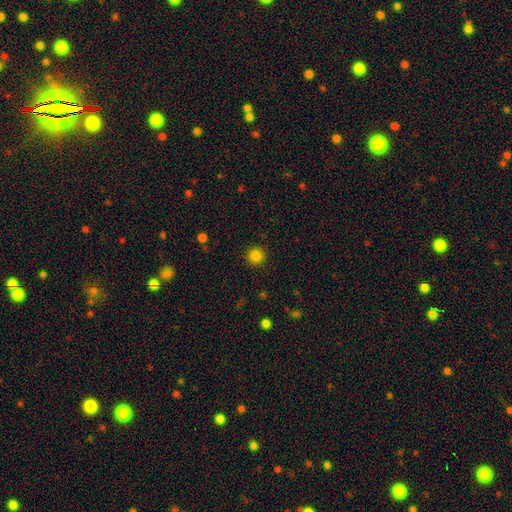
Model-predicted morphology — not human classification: This appears to be a smooth galaxy with no disk features (85%) that is round (94%). Merging: none (91%).